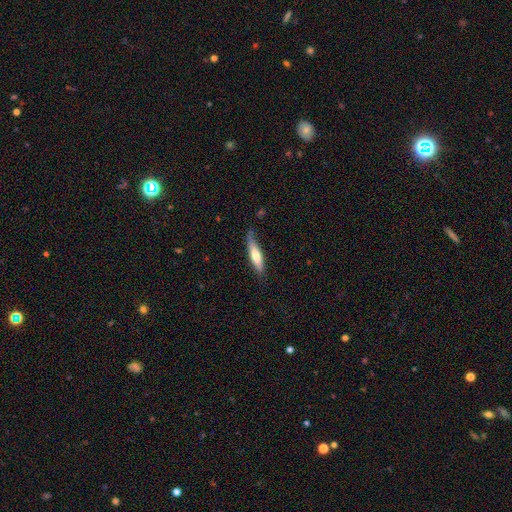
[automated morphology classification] This is likely a smooth galaxy (66%). How rounded: likely cigar-shaped (74%). Merging: likely none (69%).